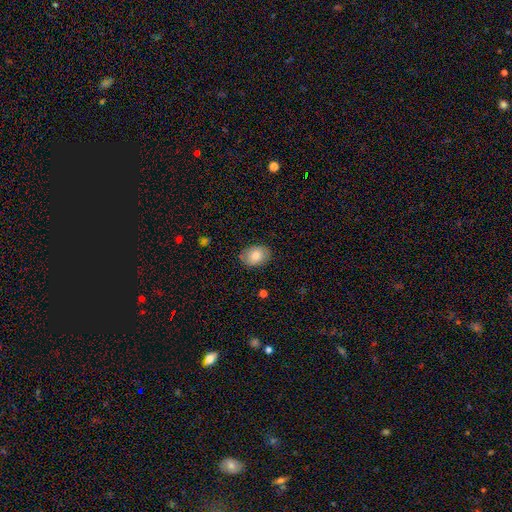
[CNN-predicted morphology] type=smooth (80%); roundness=in between (74%); merging=none (85%).